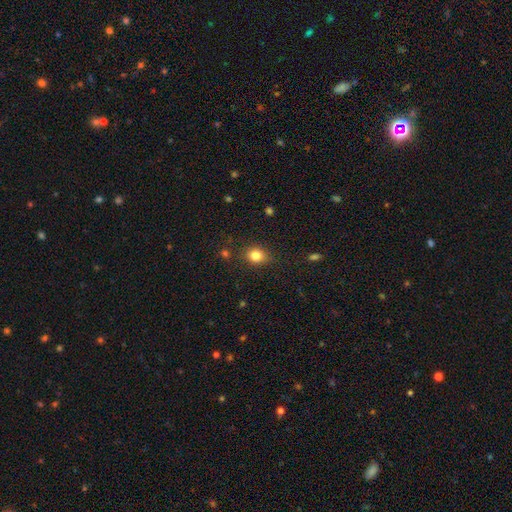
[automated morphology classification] This is clearly a smooth galaxy (82%). How rounded: likely round (67%). Merging: clearly none (80%).